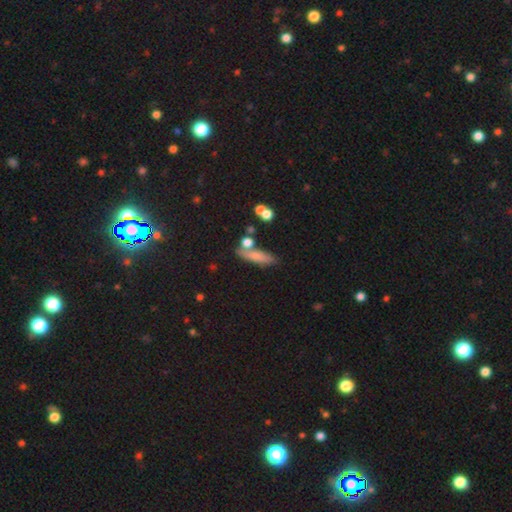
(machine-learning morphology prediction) This appears to be a smooth galaxy with no disk features (72%) that is cigar-shaped (63%). Merging: none (64%).